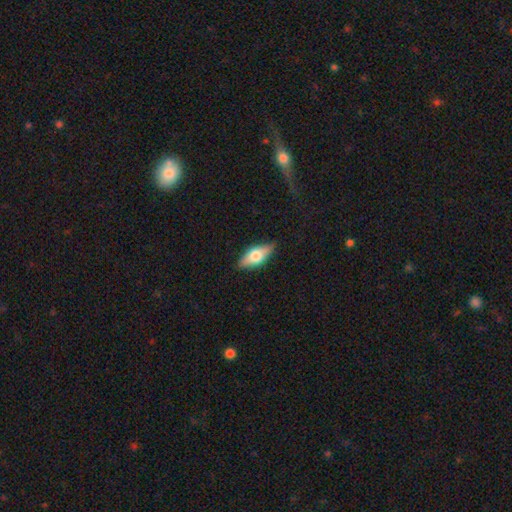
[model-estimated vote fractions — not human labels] Smooth or featured? smooth (62%)
How rounded? in between (79%)
Merging? none (84%)